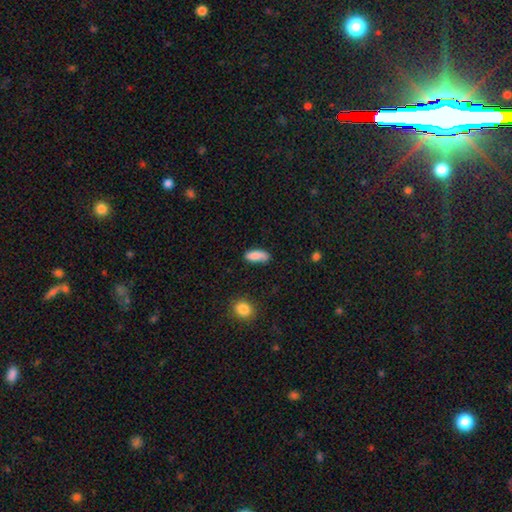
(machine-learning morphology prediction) Smooth or featured: smooth — 84% (featured or disk — 9%)
How rounded: in between — 75% (cigar-shaped — 23%)
Merging: none — 65% (minor disturbance — 25%)